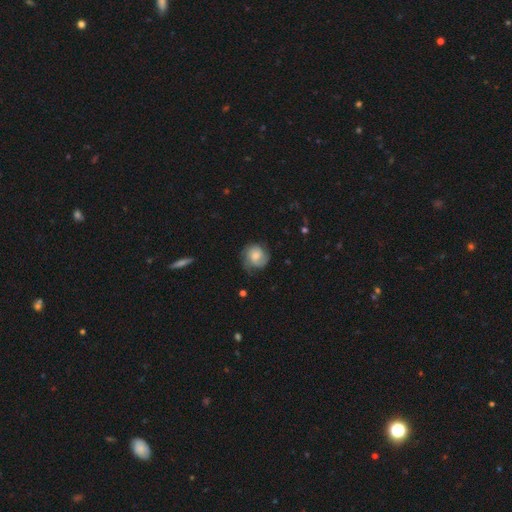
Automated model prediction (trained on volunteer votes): This is possibly a featured or disk galaxy (47%). Merging: likely none (66%).